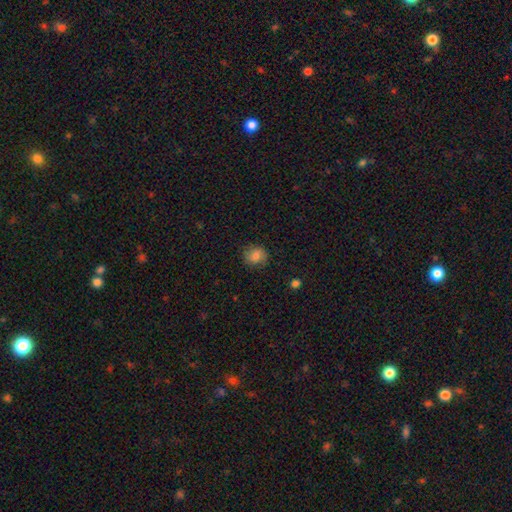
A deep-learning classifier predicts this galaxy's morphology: Smooth or featured?
  - smooth: 78% *
  - featured or disk: 12%
  - star or artifact: 10%
How rounded?
  - round: 79% *
  - in between: 20%
  - cigar-shaped: 1%
Merging?
  - none: 82% *
  - minor disturbance: 13%
  - major disturbance: 3%
  - merger: 1%